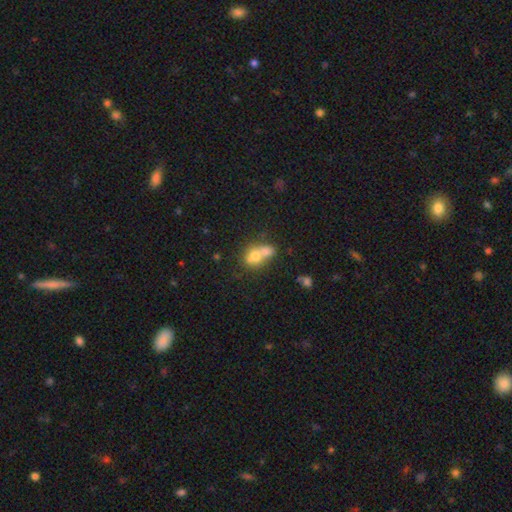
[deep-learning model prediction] A smooth galaxy with no disk features (66%) that is round (51%).

Vote fractions:
- Smooth or featured? smooth: 66% / featured or disk: 22% / star or artifact: 11%
- How rounded? round: 51% / in between: 47% / cigar-shaped: 2%
- Merging? merger: 66% / none: 22% / minor disturbance: 7% / major disturbance: 4%